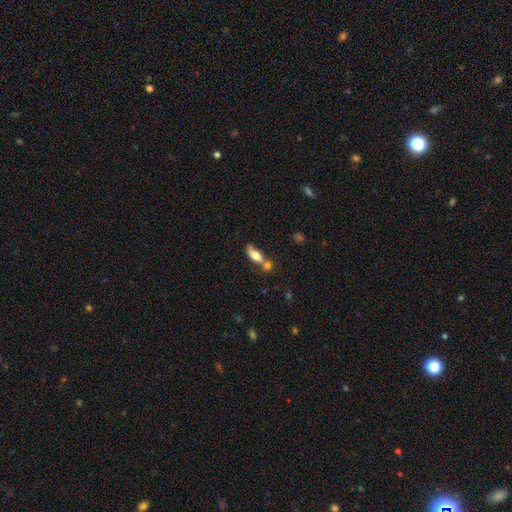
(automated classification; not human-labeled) Smooth or featured: smooth — 71% (featured or disk — 22%)
How rounded: in between — 74% (cigar-shaped — 22%)
Merging: merger — 41% (none — 39%)